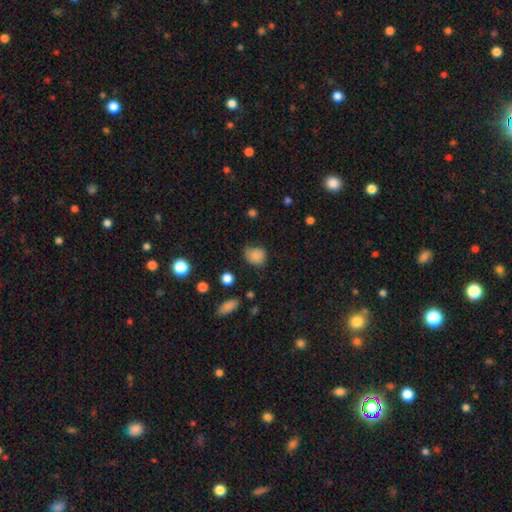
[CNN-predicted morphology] smooth 82%, star or artifact 10%, featured or disk 7%. Down the decision tree: how rounded — round (66%); merging — none (56%).